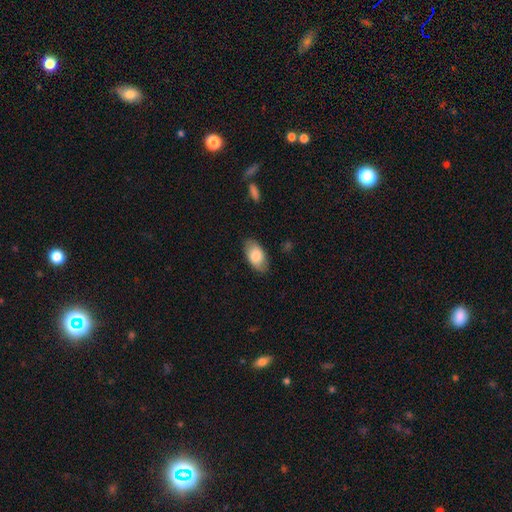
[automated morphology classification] Smooth or featured? smooth (79%)
How rounded? in between (94%)
Merging? none (83%)